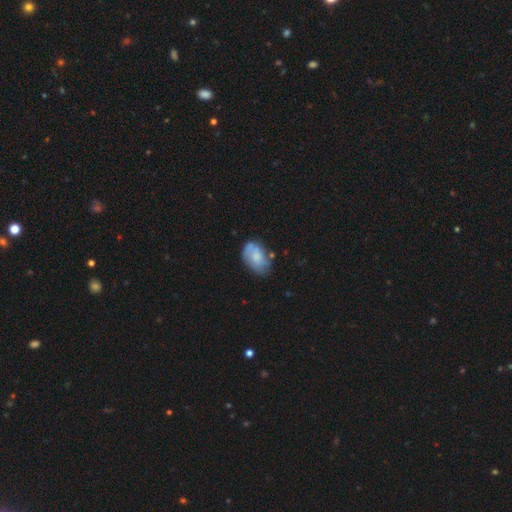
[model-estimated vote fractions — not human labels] This is possibly a smooth galaxy (57%). How rounded: clearly in between (87%). Merging: possibly none (55%).